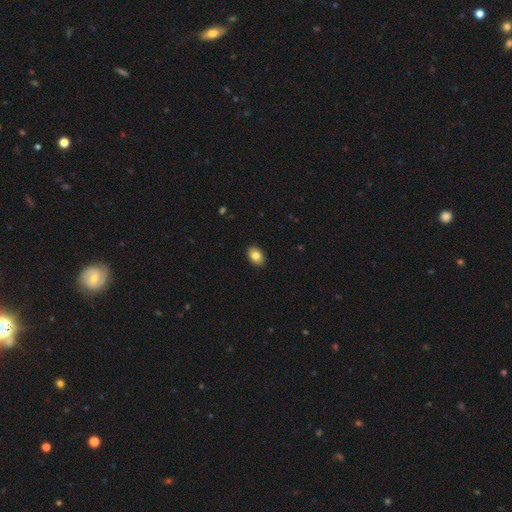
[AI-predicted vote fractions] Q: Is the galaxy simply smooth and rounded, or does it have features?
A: smooth — 81%.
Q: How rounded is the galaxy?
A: in between — 79%.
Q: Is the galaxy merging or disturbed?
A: none — 90%.